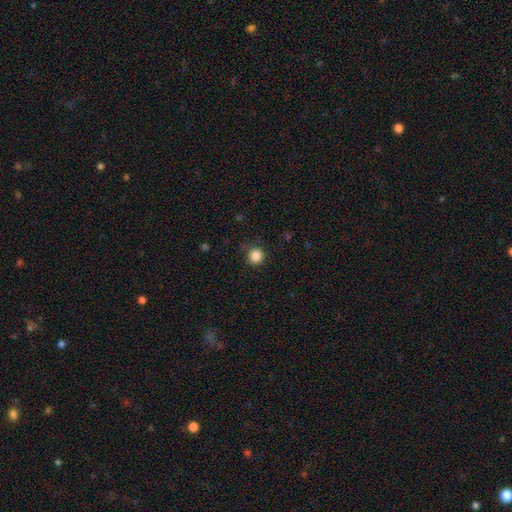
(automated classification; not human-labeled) This is clearly a smooth galaxy (86%). How rounded: clearly round (94%). Merging: clearly none (89%).